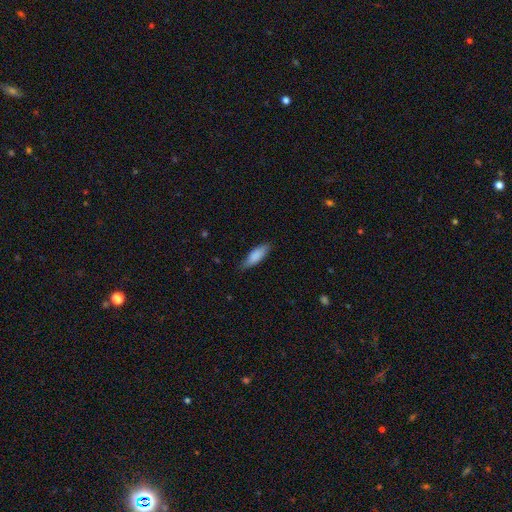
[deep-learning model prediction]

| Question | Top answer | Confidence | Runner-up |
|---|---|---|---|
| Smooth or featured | smooth | 84% | featured or disk (10%) |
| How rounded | in between | 55% | cigar-shaped (43%) |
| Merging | none | 77% | minor disturbance (19%) |